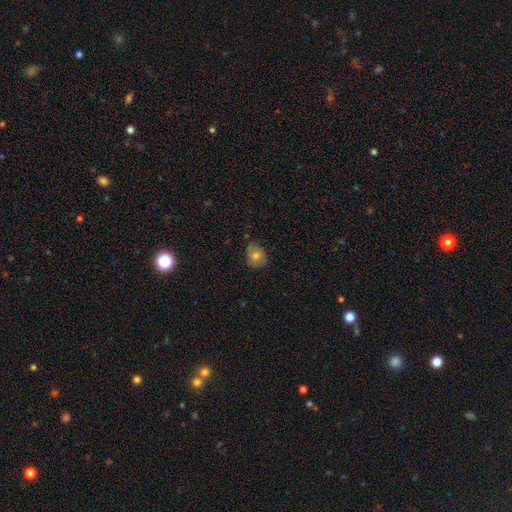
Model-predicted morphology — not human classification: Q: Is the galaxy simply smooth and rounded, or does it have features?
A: smooth — 57%.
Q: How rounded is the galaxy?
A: round — 56%.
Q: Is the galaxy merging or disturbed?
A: none — 63%.